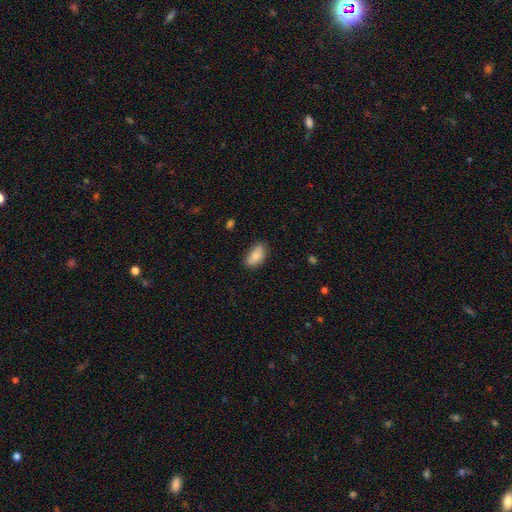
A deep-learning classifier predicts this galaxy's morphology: A smooth galaxy with no disk features (83%) that is in between round and cigar-shaped (92%). Merging: none (77%).